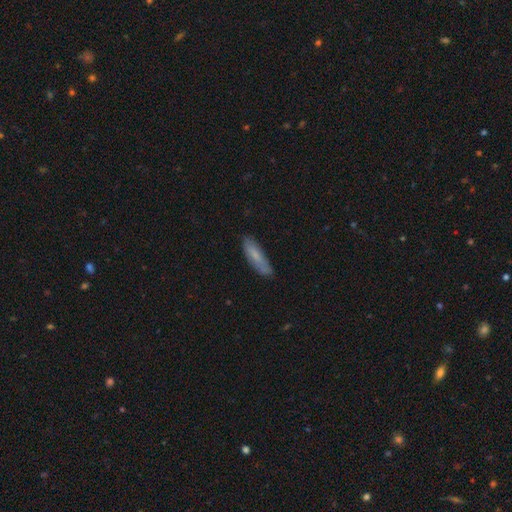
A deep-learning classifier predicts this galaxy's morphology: smooth_or_featured: smooth (p=0.71) [alt: featured or disk p=0.22]
how_rounded: cigar-shaped (p=0.64) [alt: in between p=0.34]
merging: none (p=0.80) [alt: minor disturbance p=0.15]